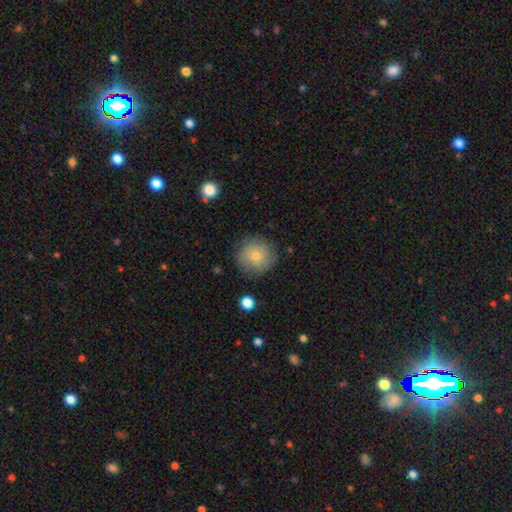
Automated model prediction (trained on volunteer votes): Smooth or featured: smooth — 70% (featured or disk — 22%)
How rounded: round — 91% (in between — 8%)
Merging: none — 81% (minor disturbance — 13%)